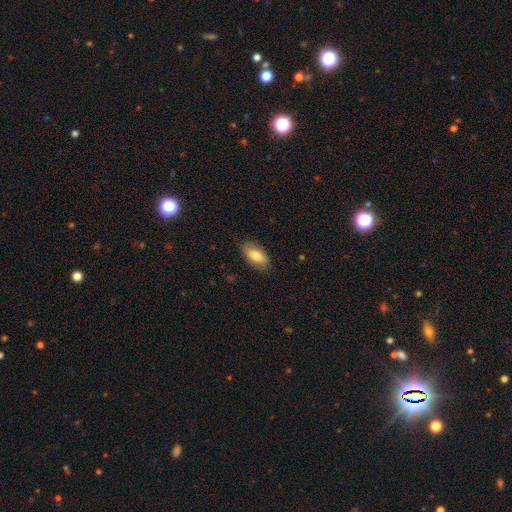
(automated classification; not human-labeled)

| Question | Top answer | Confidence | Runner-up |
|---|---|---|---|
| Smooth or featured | smooth | 73% | featured or disk (20%) |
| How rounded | in between | 90% | cigar-shaped (7%) |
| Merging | none | 82% | minor disturbance (14%) |